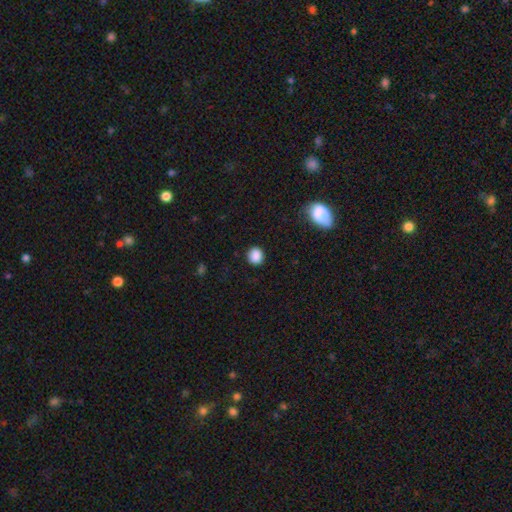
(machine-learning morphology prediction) This appears to be a smooth galaxy with no disk features (87%) that is round (85%). Merging: none (90%).